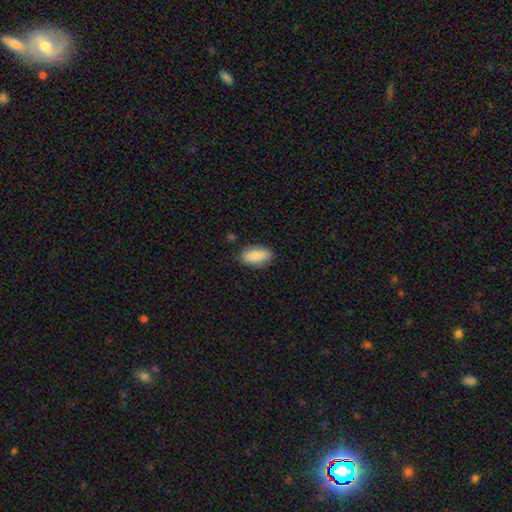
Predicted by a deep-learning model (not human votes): A smooth galaxy with no disk features (85%) that is in between round and cigar-shaped (90%).

Vote fractions:
- Smooth or featured? smooth: 85% / featured or disk: 8% / star or artifact: 6%
- How rounded? in between: 90% / cigar-shaped: 6% / round: 4%
- Merging? none: 82% / minor disturbance: 13% / major disturbance: 3% / merger: 2%